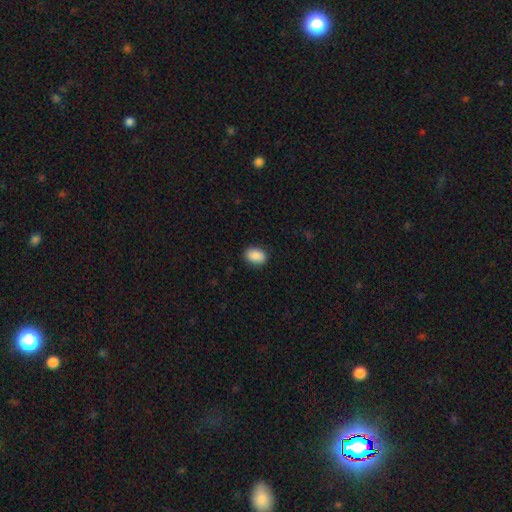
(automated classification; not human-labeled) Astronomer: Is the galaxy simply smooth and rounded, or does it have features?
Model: smooth — 89%.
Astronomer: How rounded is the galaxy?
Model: in between — 80%.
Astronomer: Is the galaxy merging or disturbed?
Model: none — 87%.